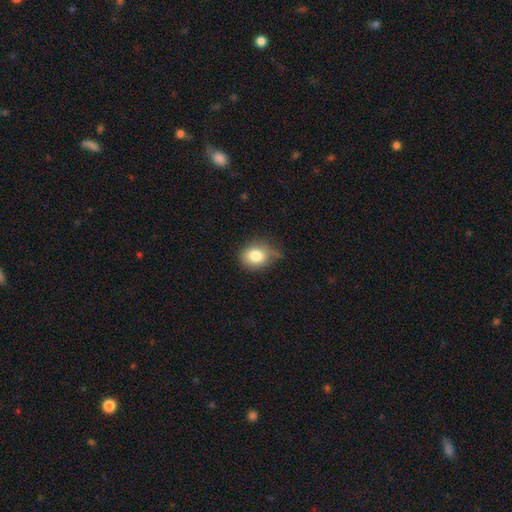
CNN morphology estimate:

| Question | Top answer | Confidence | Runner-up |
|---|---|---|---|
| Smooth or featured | smooth | 81% | star or artifact (10%) |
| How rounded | round | 53% | in between (46%) |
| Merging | none | 59% | minor disturbance (31%) |